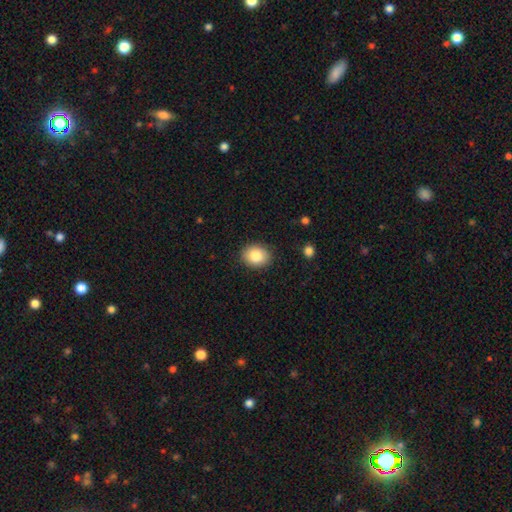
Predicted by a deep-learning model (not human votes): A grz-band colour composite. It shows a smooth galaxy with no disk features (85%) that is in between round and cigar-shaped (52%). Merging: none (88%).